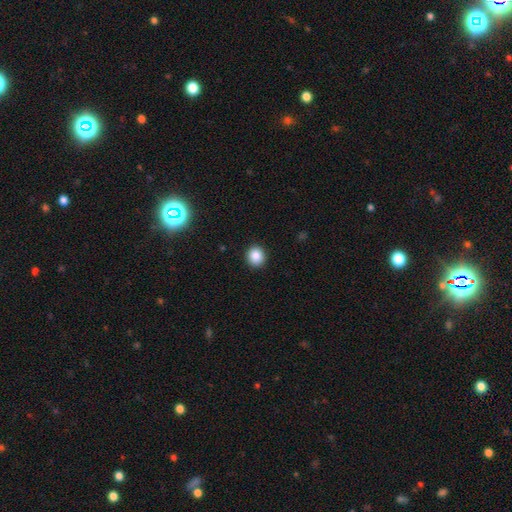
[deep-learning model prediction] A smooth galaxy with no disk features (87%) that is round (86%).

Vote fractions:
- Smooth or featured? smooth: 87% / star or artifact: 10% / featured or disk: 4%
- How rounded? round: 86% / in between: 13% / cigar-shaped: 1%
- Merging? none: 92% / minor disturbance: 5% / major disturbance: 2% / merger: 1%